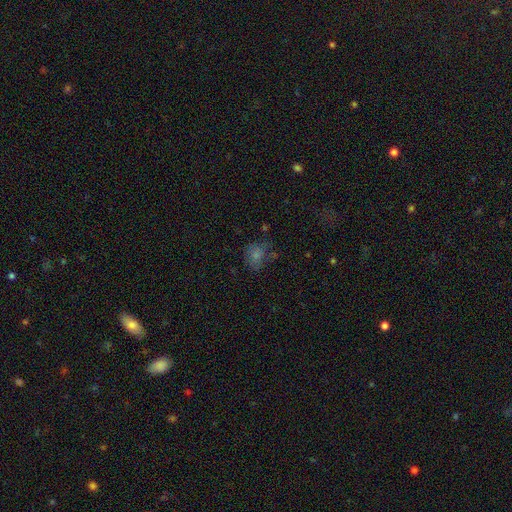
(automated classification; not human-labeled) smooth-or-featured: smooth: 53% | star or artifact: 29% | featured or disk: 18%
  how-rounded: round: 66% | in between: 33% | cigar-shaped: 1%
  merging: none: 63% | minor disturbance: 21% | major disturbance: 12% | merger: 4%